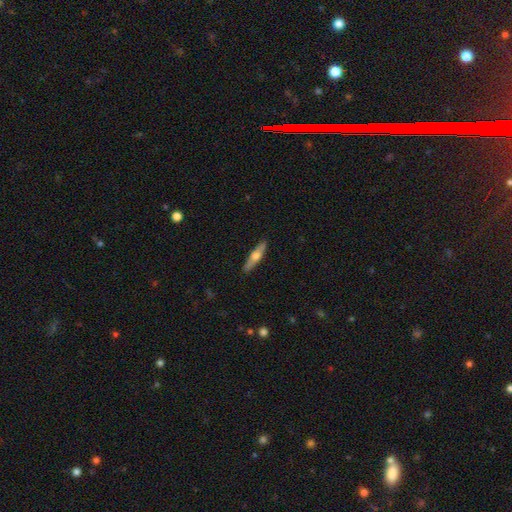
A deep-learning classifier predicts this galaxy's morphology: A featured or disk galaxy (48%).

Vote fractions:
- Smooth or featured? featured or disk: 48% / smooth: 46% / star or artifact: 5%
- Merging? none: 89% / minor disturbance: 8% / major disturbance: 2% / merger: 1%